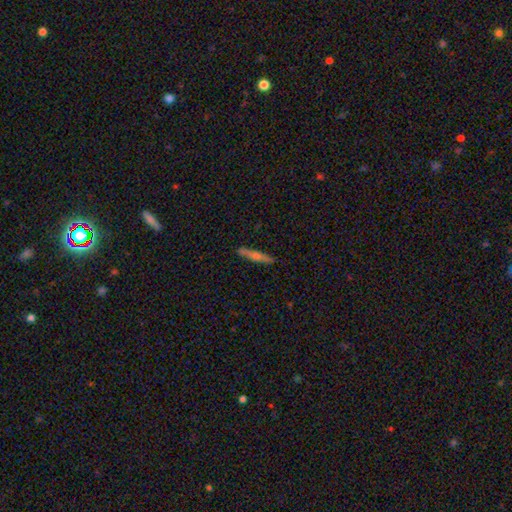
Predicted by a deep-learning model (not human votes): Q: Smooth or featured?
A: featured or disk (50%); runner-up: smooth (42%)
Q: Merging?
A: none (85%); runner-up: minor disturbance (10%)